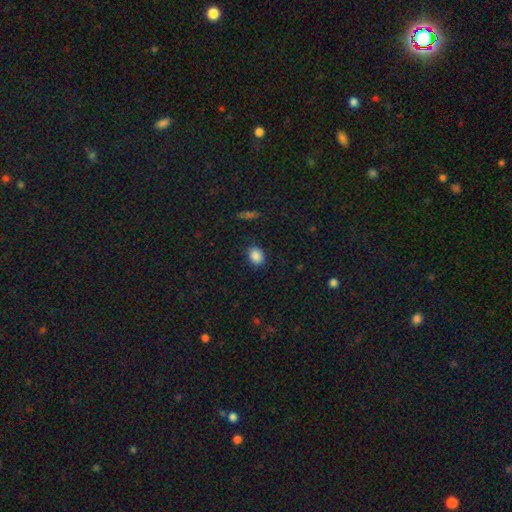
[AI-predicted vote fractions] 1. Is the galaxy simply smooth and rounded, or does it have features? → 87% smooth, 9% star or artifact, 4% featured or disk.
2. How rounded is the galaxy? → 52% in between, 47% round, 1% cigar-shaped.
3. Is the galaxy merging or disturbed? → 85% none, 11% minor disturbance, 3% major disturbance, 1% merger.